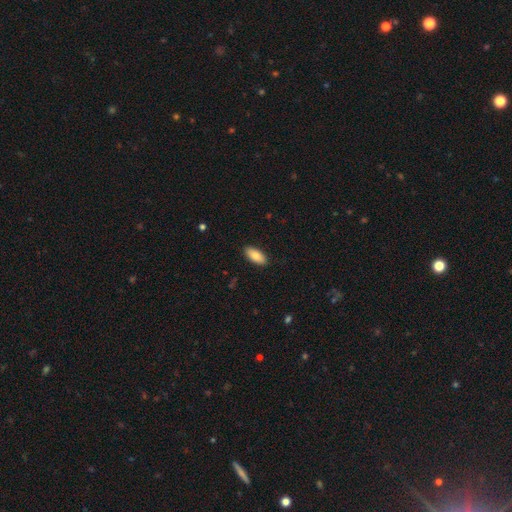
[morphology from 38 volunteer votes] smooth-or-featured: smooth: 74% | featured or disk: 21% | star or artifact: 5%
  how-rounded: in between: 89% | cigar-shaped: 11% | round: 0%
  merging: none: 89% | minor disturbance: 11% | major disturbance: 0% | merger: 0%